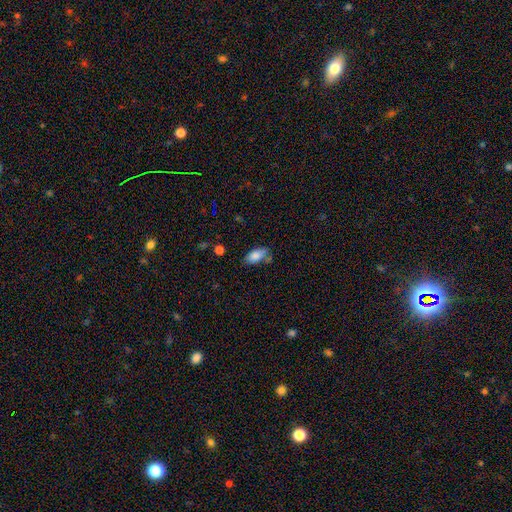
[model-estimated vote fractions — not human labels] This is clearly a smooth galaxy (84%). How rounded: clearly in between (92%). Merging: likely none (64%).